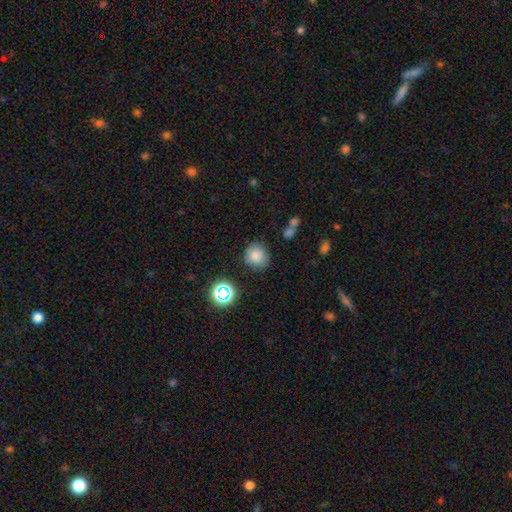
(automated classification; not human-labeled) Morphology: type=smooth (81%); roundness=round (88%); merging=none (80%).